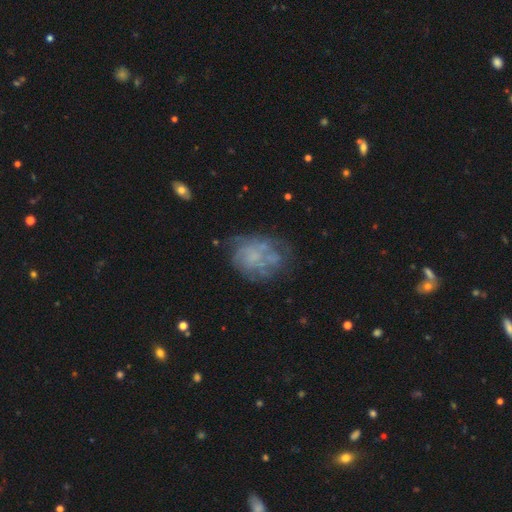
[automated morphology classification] The model was most divided on "spiral arms": no: 63%, yes: 37%. More confident: edge-on disk — no (98%); bar — no (88%); bulge size — none (68%); smooth or featured — featured or disk (59%); merging — none (55%).